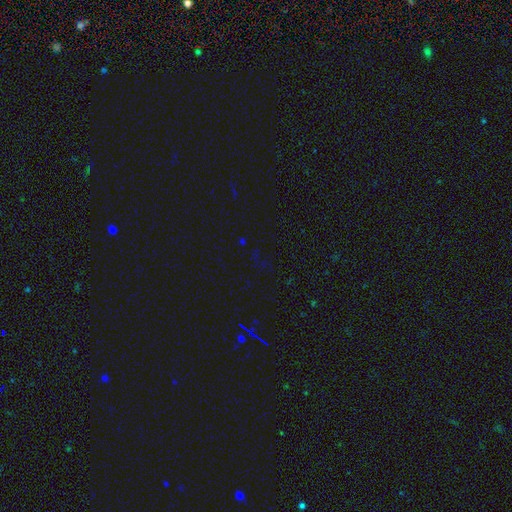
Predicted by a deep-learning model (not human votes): Smooth or featured? star or artifact (71%)